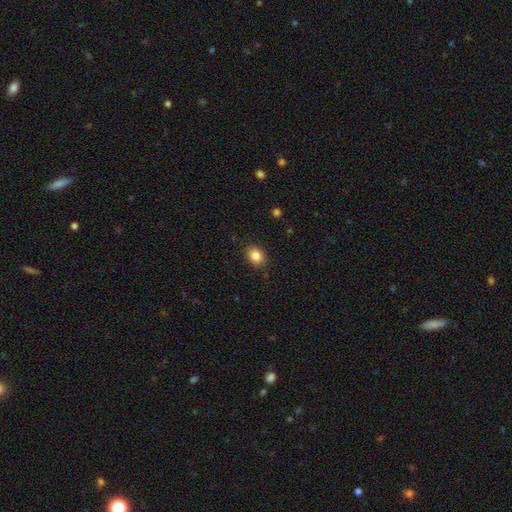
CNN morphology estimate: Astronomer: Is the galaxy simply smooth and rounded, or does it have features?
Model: smooth — 85%.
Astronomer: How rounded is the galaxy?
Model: in between — 56% (runner-up: round, 43%).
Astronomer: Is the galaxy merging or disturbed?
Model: none — 89%.